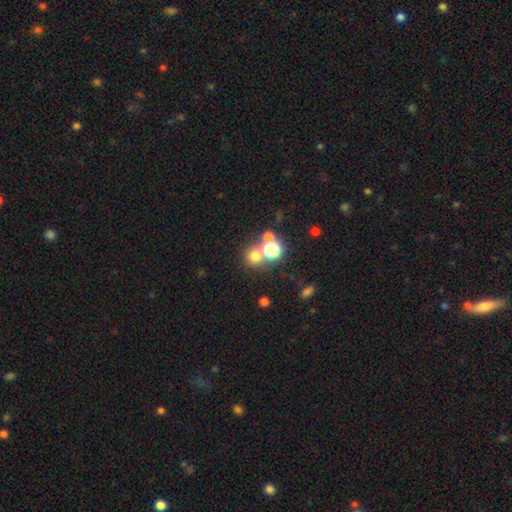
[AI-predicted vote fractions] smooth 64%, star or artifact 27%, featured or disk 9%. Down the decision tree: how rounded — round (89%); merging — none (63%).